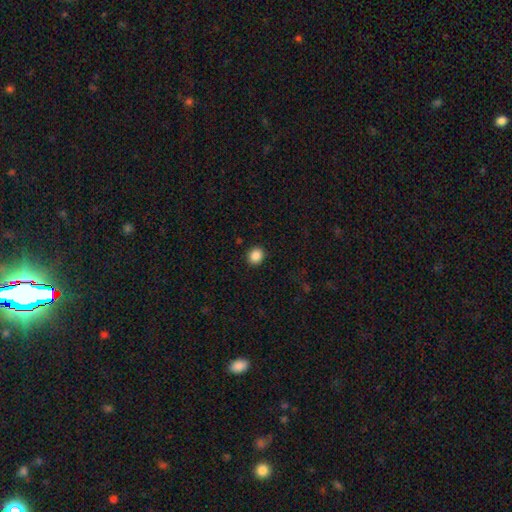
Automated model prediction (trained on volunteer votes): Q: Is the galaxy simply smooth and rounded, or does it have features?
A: smooth — 88%.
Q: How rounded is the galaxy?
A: round — 76%.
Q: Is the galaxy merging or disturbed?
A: none — 91%.